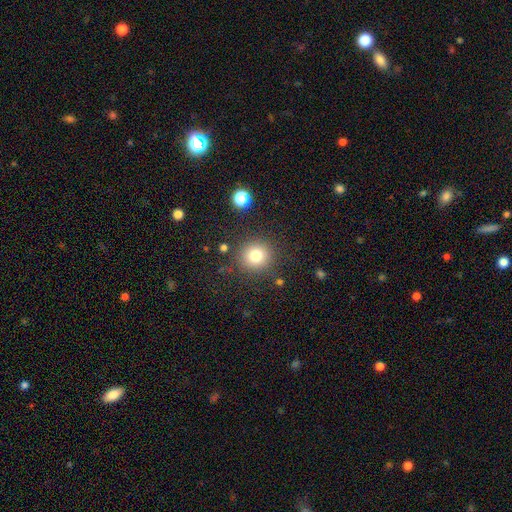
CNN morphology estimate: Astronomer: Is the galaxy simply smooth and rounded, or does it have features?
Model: smooth — 78%.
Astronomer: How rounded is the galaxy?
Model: round — 92%.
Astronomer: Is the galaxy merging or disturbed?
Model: none — 86%.